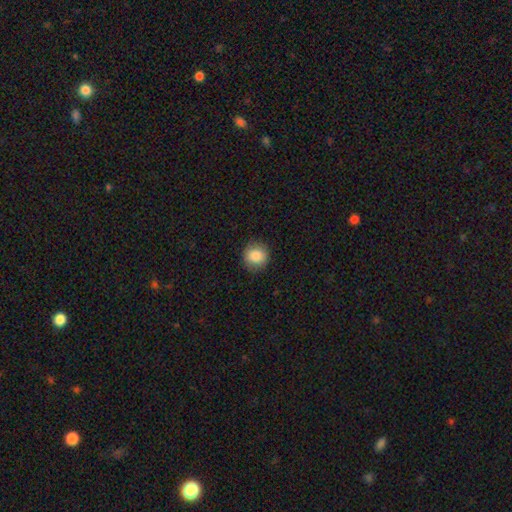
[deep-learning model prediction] This is clearly a smooth galaxy (86%). How rounded: clearly round (90%). Merging: clearly none (87%).